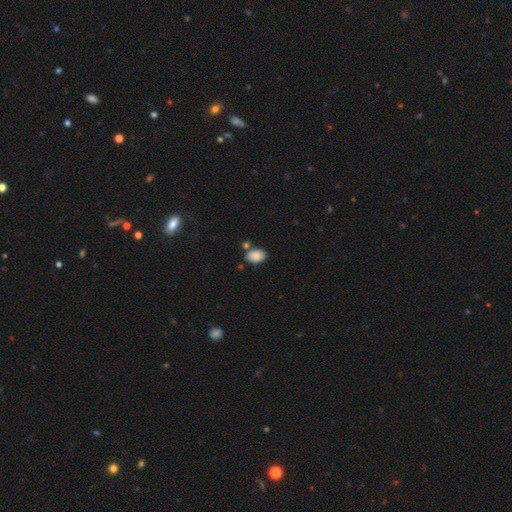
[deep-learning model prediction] Smooth or featured: smooth — 87% (star or artifact — 8%)
How rounded: in between — 87% (round — 12%)
Merging: none — 68% (minor disturbance — 15%)